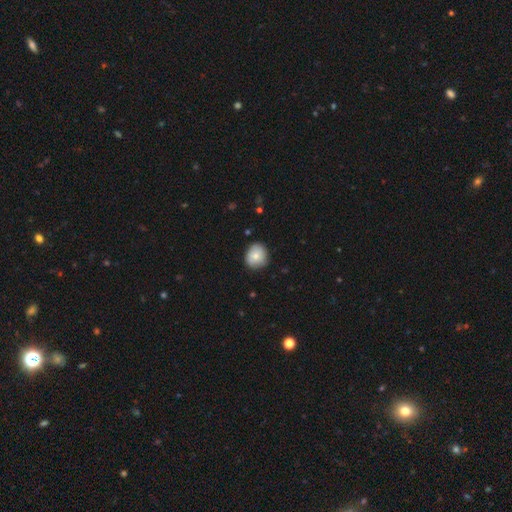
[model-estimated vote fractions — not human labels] Smooth or featured: smooth — 78% (featured or disk — 14%)
How rounded: round — 81% (in between — 18%)
Merging: none — 80% (minor disturbance — 16%)